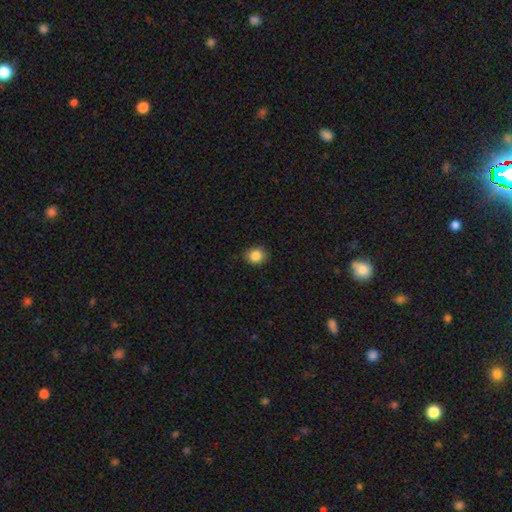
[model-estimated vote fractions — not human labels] A smooth galaxy with no disk features (85%) that is round (72%).

Vote fractions:
- Smooth or featured? smooth: 85% / star or artifact: 10% / featured or disk: 5%
- How rounded? round: 72% / in between: 28% / cigar-shaped: 1%
- Merging? none: 87% / minor disturbance: 10% / major disturbance: 2% / merger: 1%